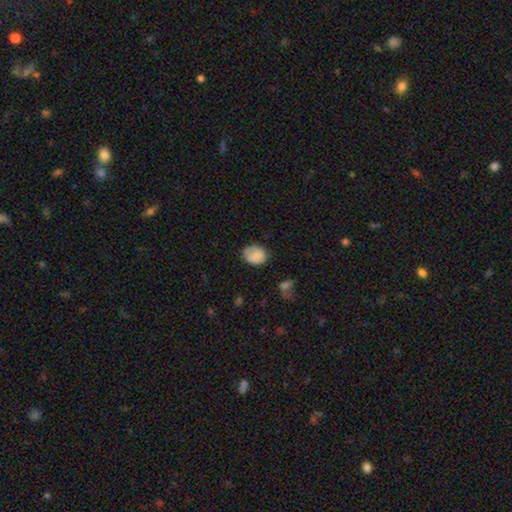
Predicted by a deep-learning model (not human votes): Morphology: type=smooth (81%); roundness=round (50%); merging=none (61%).